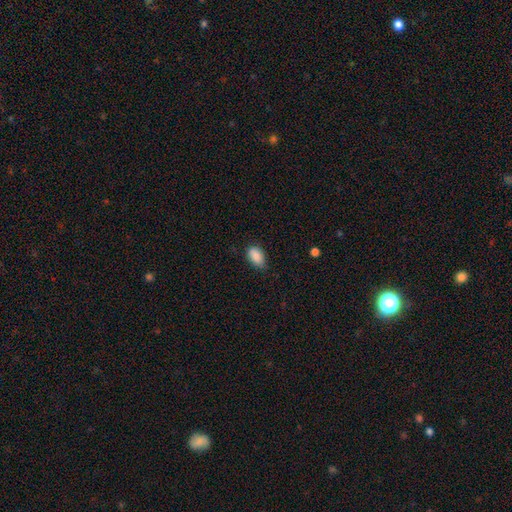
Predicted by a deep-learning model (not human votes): Overall: smooth (89%). How rounded: in between (92%). Merging: none (74%).